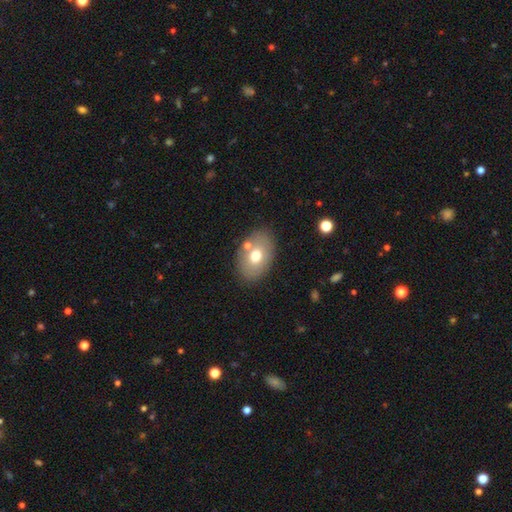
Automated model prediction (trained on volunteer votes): Morphology: type=smooth (68%); roundness=in between (85%); merging=none (77%).